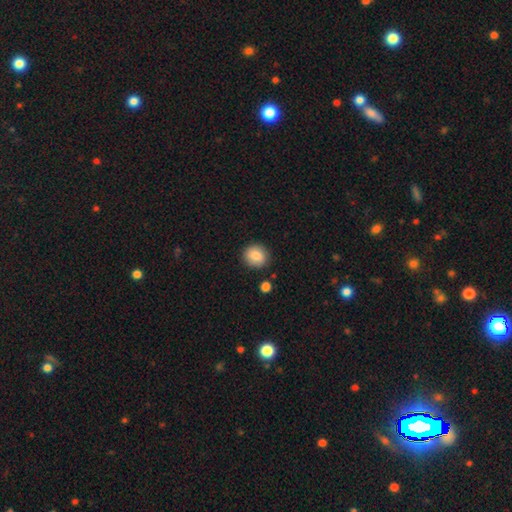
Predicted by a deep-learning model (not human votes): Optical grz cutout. It shows a smooth galaxy with no disk features (86%) that is round (80%). Merging: none (87%).